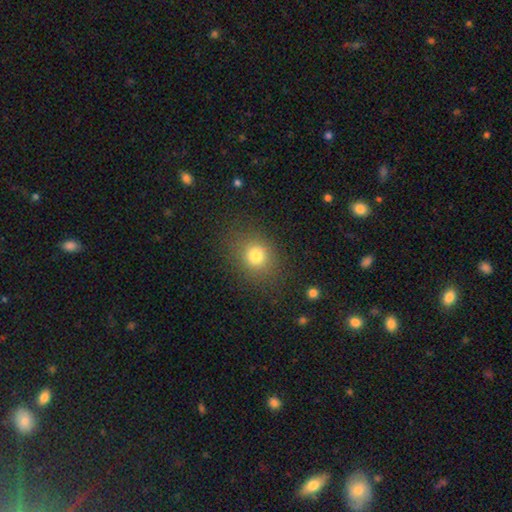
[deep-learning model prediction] A smooth galaxy with no disk features (78%) that is round (64%).

Vote fractions:
- Smooth or featured? smooth: 78% / star or artifact: 14% / featured or disk: 8%
- How rounded? round: 64% / in between: 35% / cigar-shaped: 1%
- Merging? none: 83% / minor disturbance: 11% / major disturbance: 5% / merger: 1%